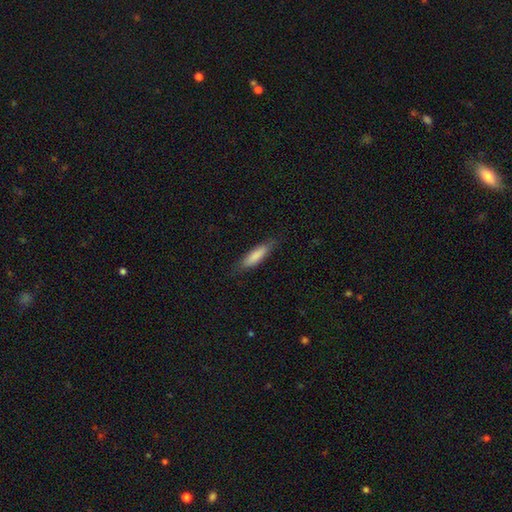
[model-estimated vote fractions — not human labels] Morphology: type=smooth (82%); roundness=cigar-shaped (63%); merging=none (81%).